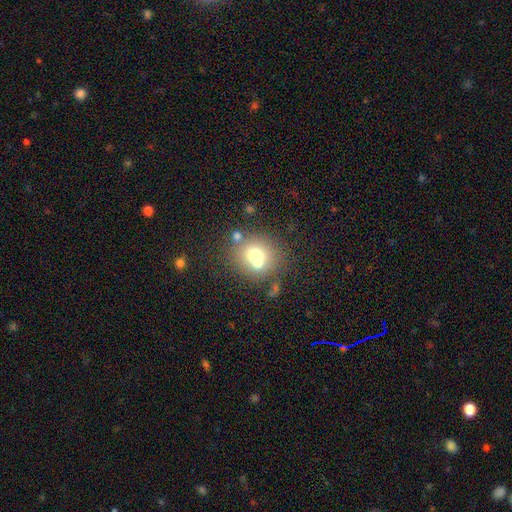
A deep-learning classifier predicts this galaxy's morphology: smooth 66%, featured or disk 22%, star or artifact 13%. Down the decision tree: how rounded — round (79%); merging — none (52%).